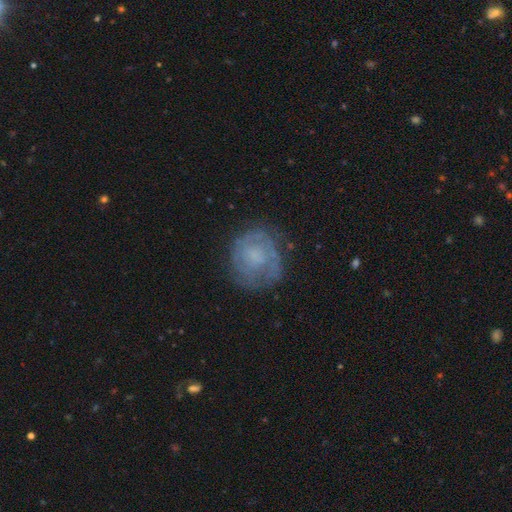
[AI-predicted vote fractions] This is likely a featured or disk galaxy (62%). It is clearly not viewed edge-on (98%). Bar: likely no (77%). Spiral arm pattern: likely yes (69%). Central bulge: marginally none (42%). Merging: likely none (69%).